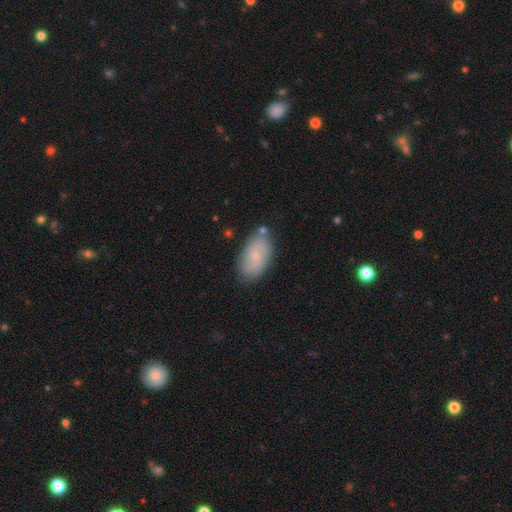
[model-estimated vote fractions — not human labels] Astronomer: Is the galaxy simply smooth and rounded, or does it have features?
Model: smooth — 48% (runner-up: featured or disk, 45%).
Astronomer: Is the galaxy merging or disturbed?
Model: none — 75%.